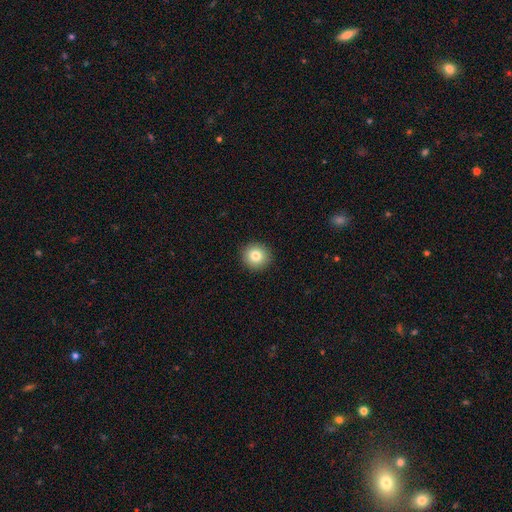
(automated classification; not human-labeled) A smooth galaxy with no disk features (82%) that is round (91%). Merging: none (93%).